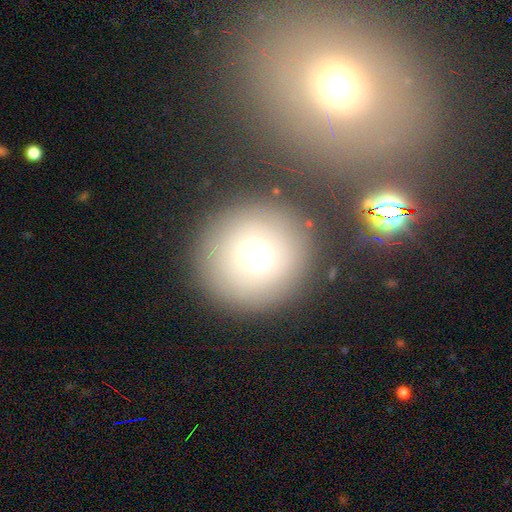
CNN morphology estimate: type=smooth (69%); roundness=round (93%); merging=none (80%).